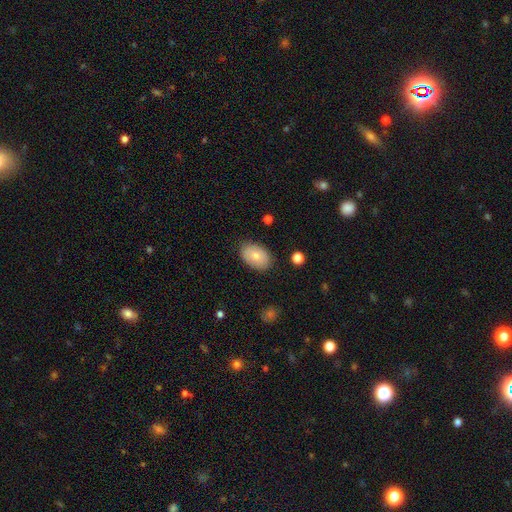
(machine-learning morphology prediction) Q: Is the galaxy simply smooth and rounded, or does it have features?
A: smooth — 73%.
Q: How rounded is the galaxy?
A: in between — 88%.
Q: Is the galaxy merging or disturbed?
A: none — 83%.